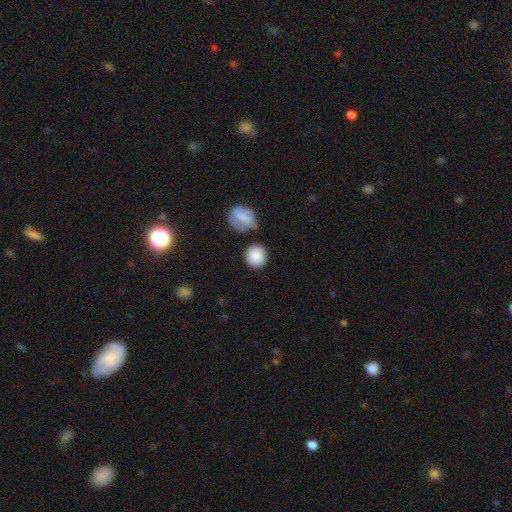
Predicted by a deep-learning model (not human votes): smooth_or_featured: smooth (p=0.86) [alt: featured or disk p=0.07]
how_rounded: round (p=0.89) [alt: in between p=0.10]
merging: none (p=0.73) [alt: minor disturbance p=0.12]